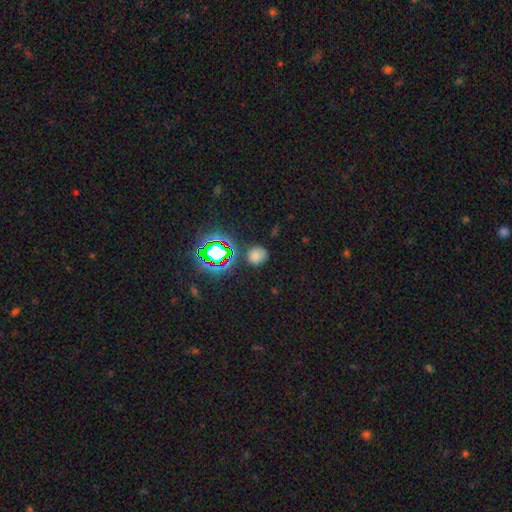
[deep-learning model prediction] Smooth or featured? smooth (67%)
How rounded? round (83%)
Merging? none (78%)